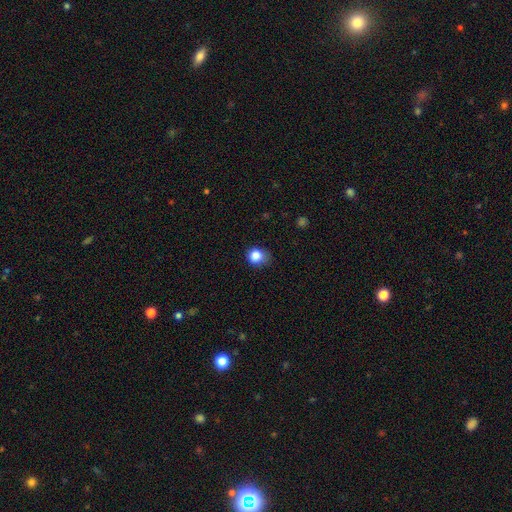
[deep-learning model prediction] Smooth or featured? Predicted: smooth (p=0.84). How rounded? Predicted: round (p=0.76). Merging? Predicted: none (p=0.61).